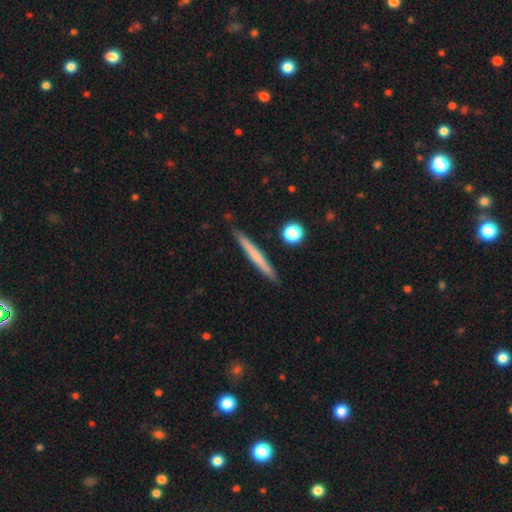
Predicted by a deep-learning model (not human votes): smooth_or_featured: smooth (p=0.57) [alt: featured or disk p=0.37]
how_rounded: cigar-shaped (p=0.96) [alt: in between p=0.02]
merging: none (p=0.90) [alt: minor disturbance p=0.07]